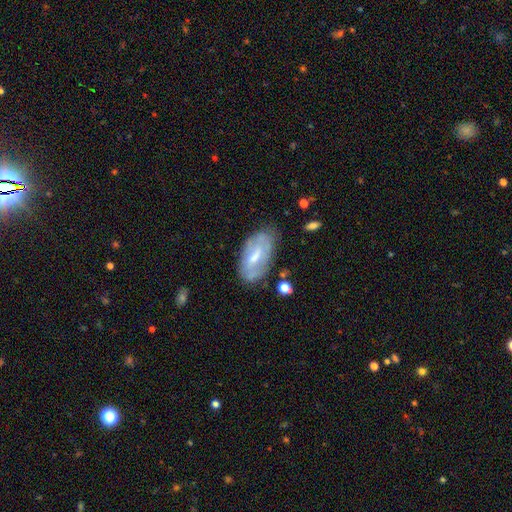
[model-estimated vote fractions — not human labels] Overall: featured or disk (59%; smooth 33%). Edge-on disk: no (91%). Bar: weak (49%; no 27%). Spiral arms: yes (60%; no 40%). Bulge size: moderate (44%; small 42%). Merging: none (68%).